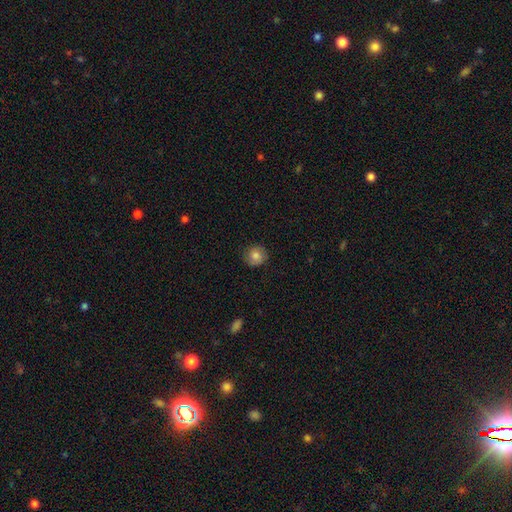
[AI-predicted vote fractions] The model was most divided on "smooth or featured": smooth: 81%, featured or disk: 10%, star or artifact: 9%. More confident: how rounded — round (92%); merging — none (86%).